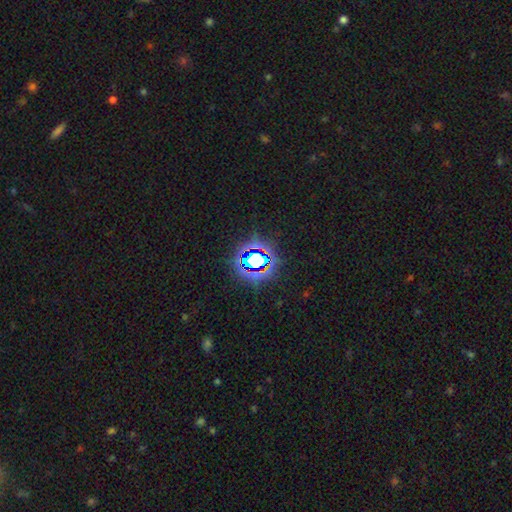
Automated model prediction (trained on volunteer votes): Smooth or featured?
  - star or artifact: 75% *
  - smooth: 15%
  - featured or disk: 10%